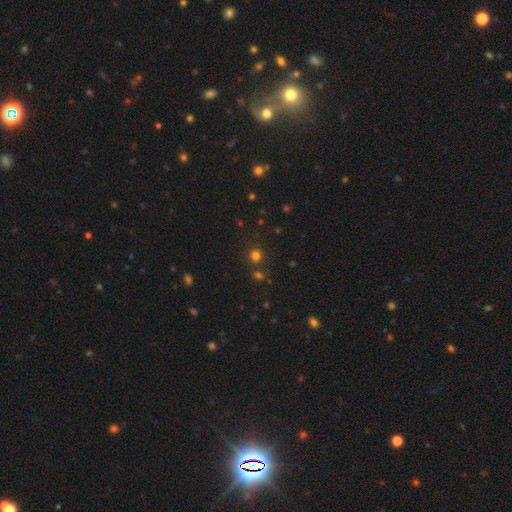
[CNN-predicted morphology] A smooth galaxy with no disk features (74%) that is round (91%).

Vote fractions:
- Smooth or featured? smooth: 74% / star or artifact: 21% / featured or disk: 5%
- How rounded? round: 91% / in between: 8% / cigar-shaped: 1%
- Merging? none: 81% / merger: 10% / minor disturbance: 7% / major disturbance: 3%